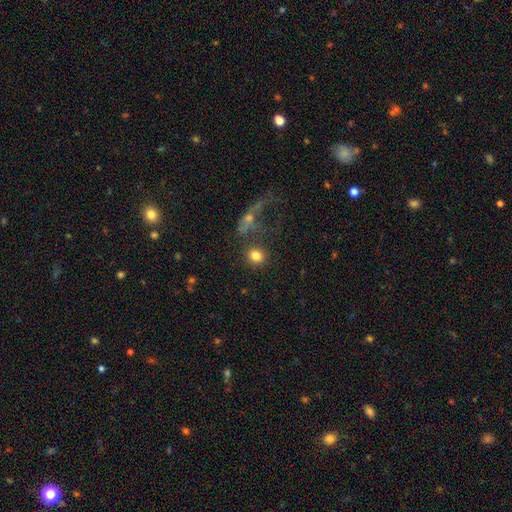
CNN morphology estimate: Q: Smooth or featured?
A: smooth (81%); runner-up: star or artifact (10%)
Q: How rounded?
A: round (81%); runner-up: in between (18%)
Q: Merging?
A: none (74%); runner-up: merger (11%)